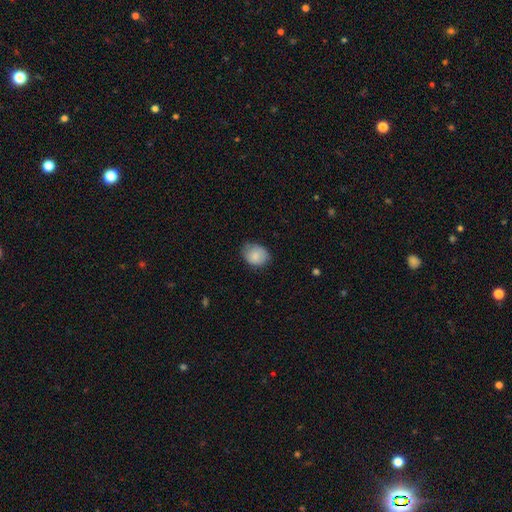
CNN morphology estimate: Smooth or featured?
  - smooth: 85% *
  - featured or disk: 8%
  - star or artifact: 7%
How rounded?
  - round: 51% *
  - in between: 48%
  - cigar-shaped: 1%
Merging?
  - none: 69% *
  - minor disturbance: 25%
  - major disturbance: 5%
  - merger: 1%